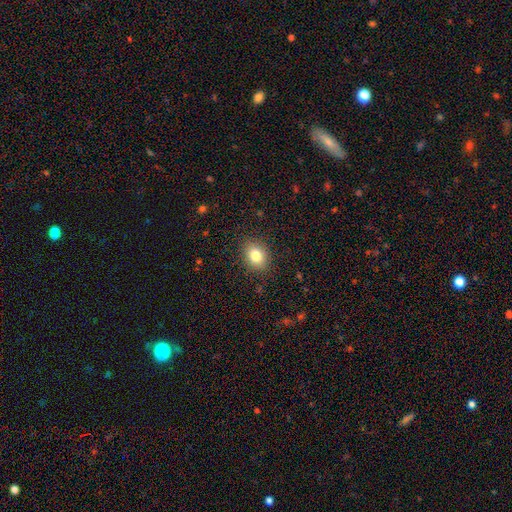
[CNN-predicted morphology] Q: Smooth or featured?
A: smooth (82%); runner-up: star or artifact (10%)
Q: How rounded?
A: in between (62%); runner-up: round (37%)
Q: Merging?
A: none (87%); runner-up: minor disturbance (9%)